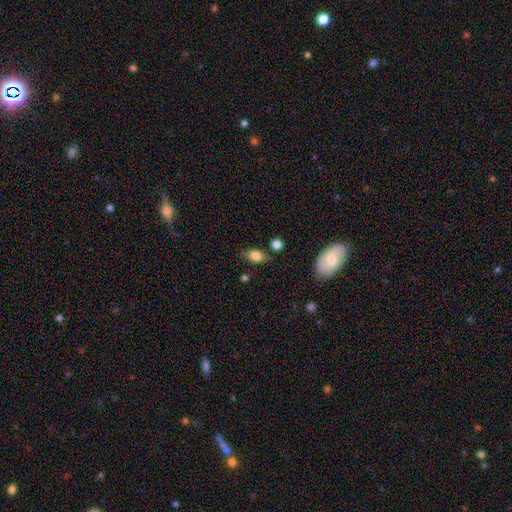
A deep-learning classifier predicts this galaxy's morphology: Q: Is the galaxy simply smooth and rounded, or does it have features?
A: smooth — 81%.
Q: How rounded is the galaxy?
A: in between — 79%.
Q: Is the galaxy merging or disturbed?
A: none — 72%.